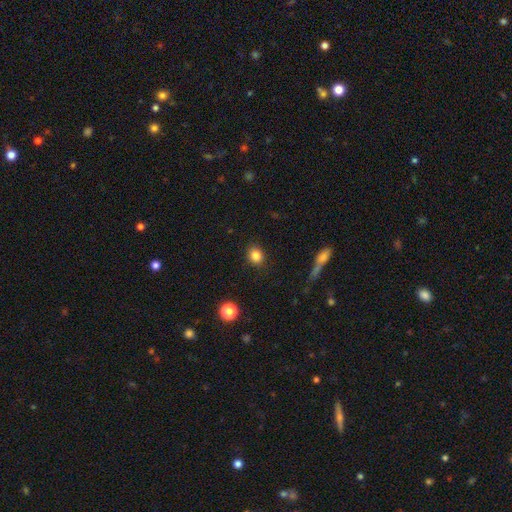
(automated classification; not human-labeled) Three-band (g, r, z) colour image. It shows a smooth galaxy with no disk features (83%) that is round (65%). Merging: none (89%).